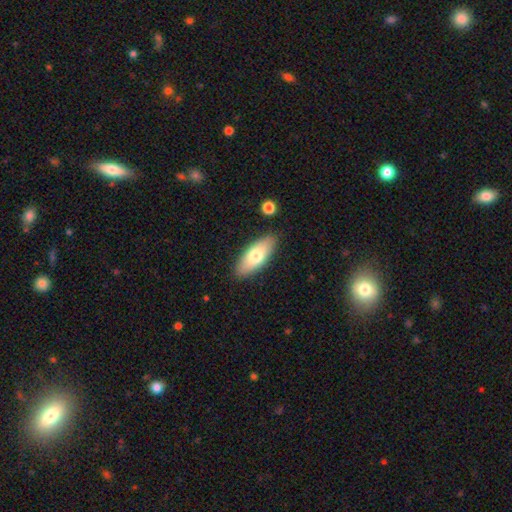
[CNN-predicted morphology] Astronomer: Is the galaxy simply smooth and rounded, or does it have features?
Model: smooth — 71%.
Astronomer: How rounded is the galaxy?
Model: in between — 77%.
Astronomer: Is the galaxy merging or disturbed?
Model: none — 86%.